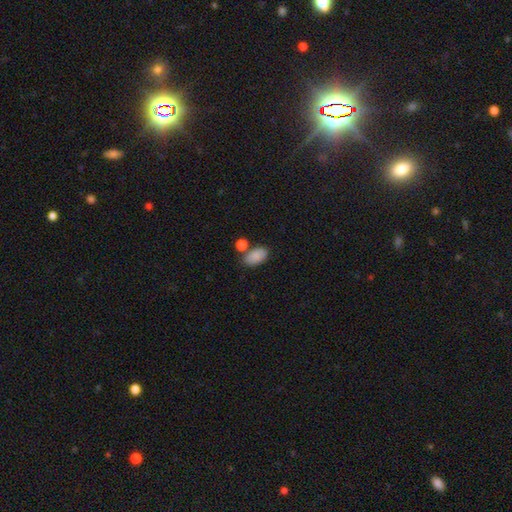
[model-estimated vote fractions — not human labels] A smooth galaxy with no disk features (86%) that is in between round and cigar-shaped (92%).

Vote fractions:
- Smooth or featured? smooth: 86% / star or artifact: 8% / featured or disk: 6%
- How rounded? in between: 92% / round: 6% / cigar-shaped: 1%
- Merging? none: 66% / merger: 15% / minor disturbance: 15% / major disturbance: 4%